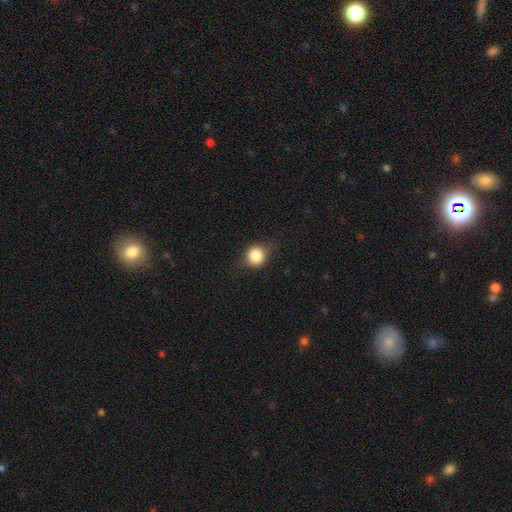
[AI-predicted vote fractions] Overall: smooth (81%). How rounded: round (85%). Merging: none (78%).